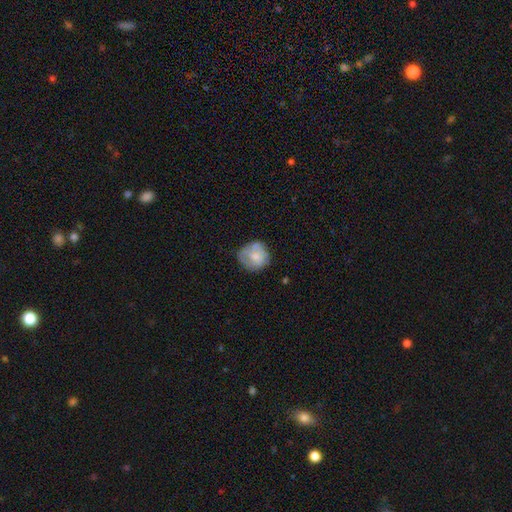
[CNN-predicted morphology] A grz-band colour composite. It shows a smooth galaxy with no disk features (58%) that is round (84%). Merging: none (57%).